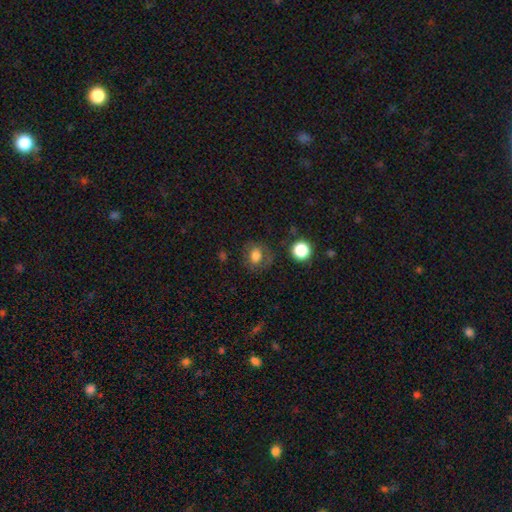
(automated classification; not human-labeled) Smooth or featured? Predicted: smooth (p=0.74). How rounded? Predicted: round (p=0.67). Merging? Predicted: none (p=0.68).